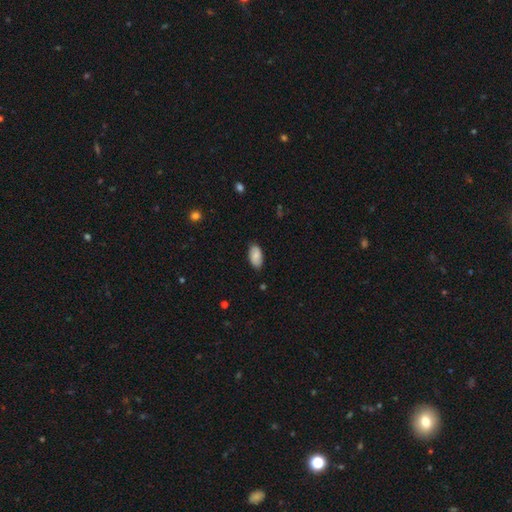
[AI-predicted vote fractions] Q: Smooth or featured?
A: smooth (83%); runner-up: featured or disk (10%)
Q: How rounded?
A: in between (95%); runner-up: cigar-shaped (3%)
Q: Merging?
A: none (84%); runner-up: minor disturbance (12%)